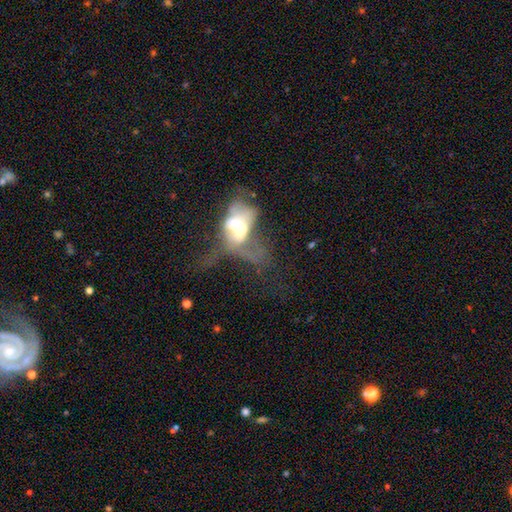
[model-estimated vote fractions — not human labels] smooth_or_featured: featured or disk (p=0.54) [alt: smooth p=0.27]
disk_edge_on: no (p=0.87) [alt: yes p=0.13]
merging: major disturbance (p=0.48) [alt: merger p=0.28]